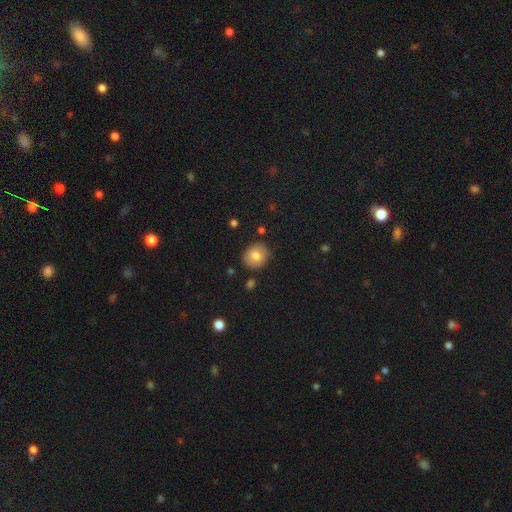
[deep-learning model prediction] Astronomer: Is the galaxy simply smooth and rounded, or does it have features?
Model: smooth — 80%.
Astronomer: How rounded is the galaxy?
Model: round — 66%.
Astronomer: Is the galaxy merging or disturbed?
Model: none — 84%.